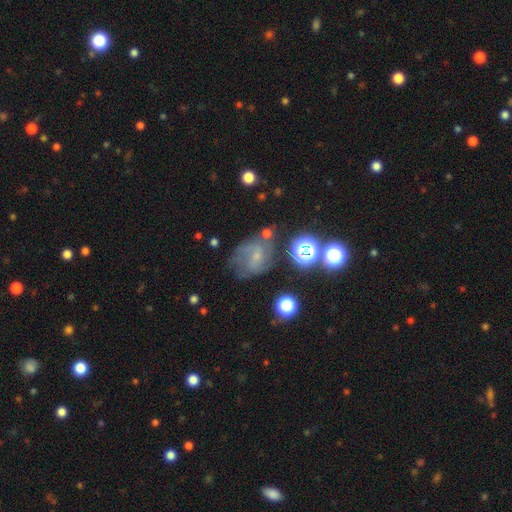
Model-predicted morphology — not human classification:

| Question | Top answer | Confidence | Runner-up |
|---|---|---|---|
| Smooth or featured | featured or disk | 56% | smooth (27%) |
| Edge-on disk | no | 97% | yes (3%) |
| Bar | weak | 47% | no (40%) |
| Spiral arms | yes | 84% | no (16%) |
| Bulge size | small | 68% | moderate (19%) |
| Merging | none | 53% | minor disturbance (24%) |